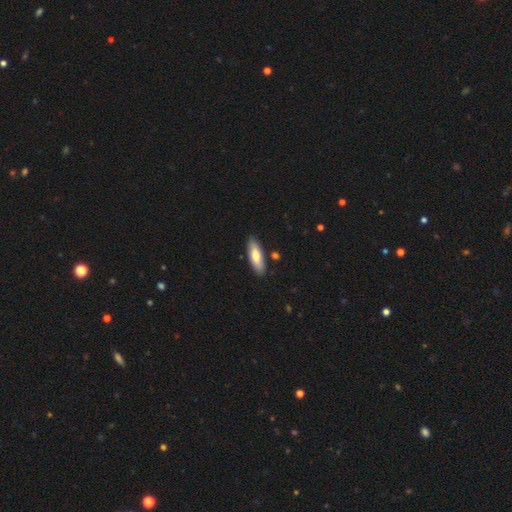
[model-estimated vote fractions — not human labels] smooth-or-featured: smooth: 71% | featured or disk: 23% | star or artifact: 6%
  how-rounded: in between: 57% | cigar-shaped: 42% | round: 2%
  merging: none: 85% | minor disturbance: 10% | merger: 3% | major disturbance: 2%